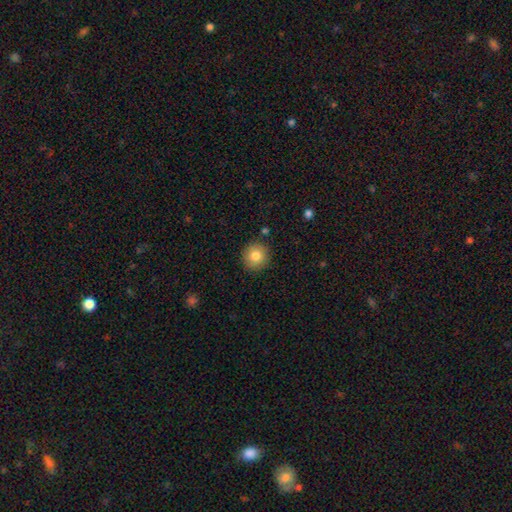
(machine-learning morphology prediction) A smooth galaxy with no disk features (82%) that is round (92%). Merging: none (90%).